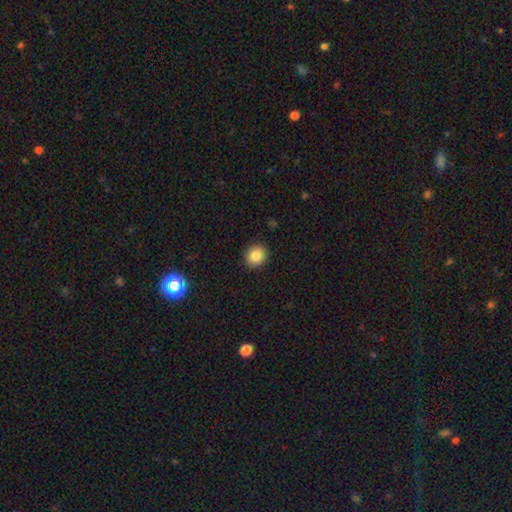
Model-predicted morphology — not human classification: Smooth or featured: smooth — 85% (star or artifact — 10%)
How rounded: round — 78% (in between — 21%)
Merging: none — 91% (minor disturbance — 6%)